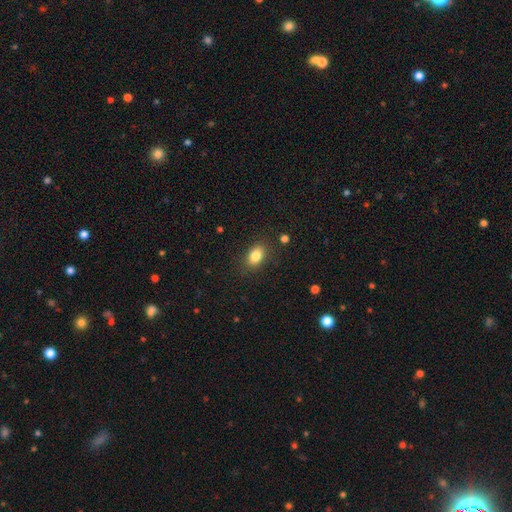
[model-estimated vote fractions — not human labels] Overall: smooth (84%). How rounded: in between (83%). Merging: none (84%).